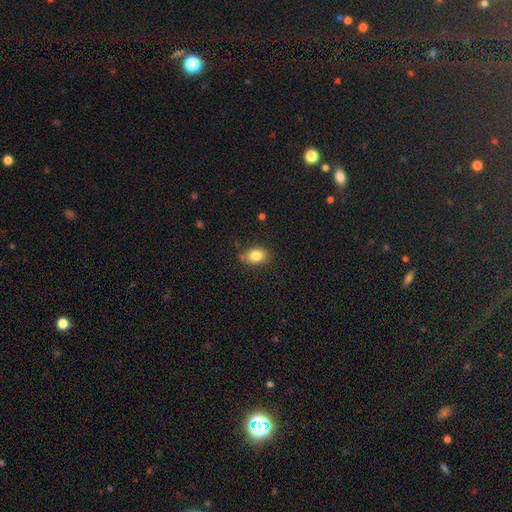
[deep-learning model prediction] The model was most divided on "how rounded": in between: 68%, round: 31%, cigar-shaped: 1%. More confident: smooth or featured — smooth (82%); merging — none (76%).